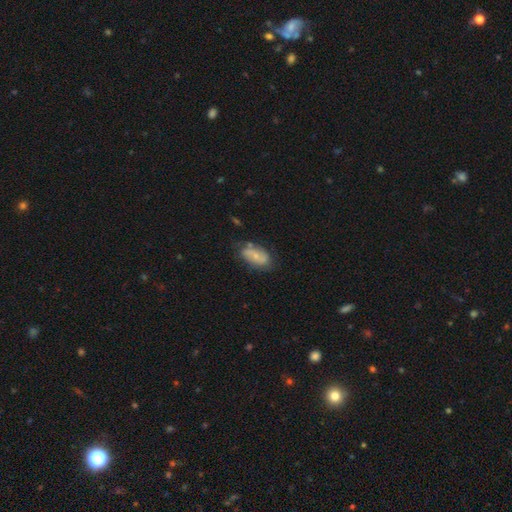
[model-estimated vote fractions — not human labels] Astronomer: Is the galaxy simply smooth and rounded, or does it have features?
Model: smooth — 47% (runner-up: featured or disk, 46%).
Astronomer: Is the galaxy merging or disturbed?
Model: none — 62%.